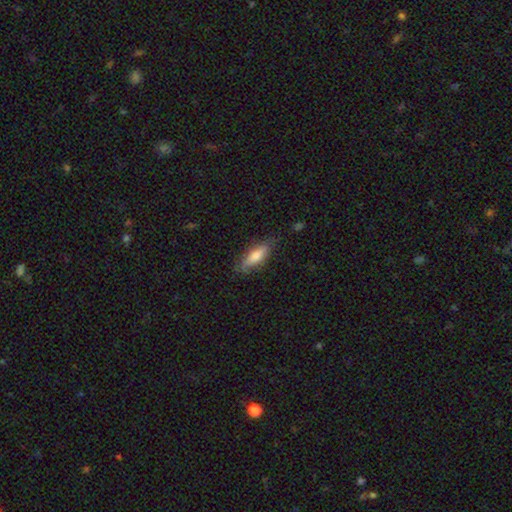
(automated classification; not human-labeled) Q: Smooth or featured?
A: smooth (67%); runner-up: featured or disk (27%)
Q: How rounded?
A: in between (52%); runner-up: cigar-shaped (46%)
Q: Merging?
A: none (76%); runner-up: minor disturbance (19%)